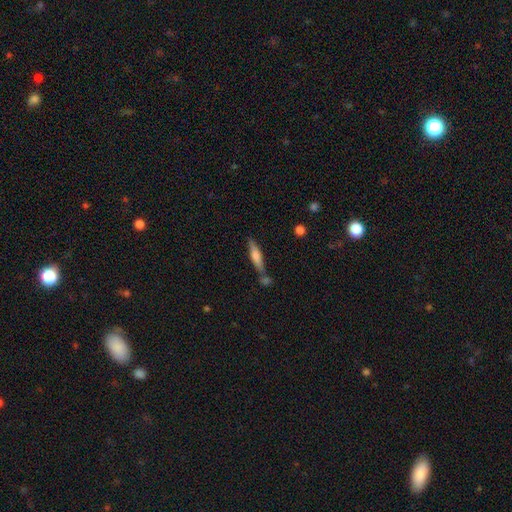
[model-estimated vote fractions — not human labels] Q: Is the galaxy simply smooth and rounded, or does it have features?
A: smooth — 56%.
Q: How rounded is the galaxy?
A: cigar-shaped — 79%.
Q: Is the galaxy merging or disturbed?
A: none — 67%.